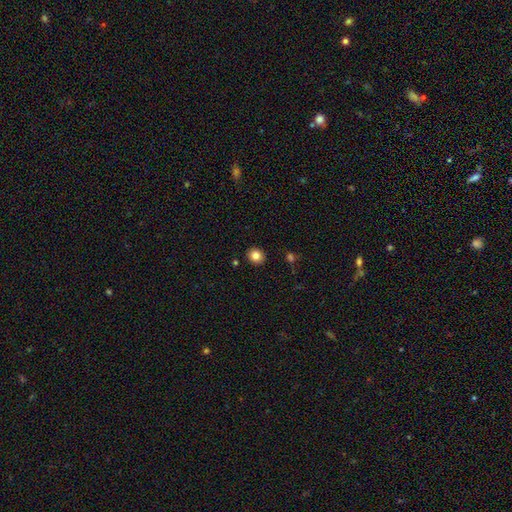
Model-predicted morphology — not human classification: Overall: smooth (83%). How rounded: round (82%). Merging: none (90%).